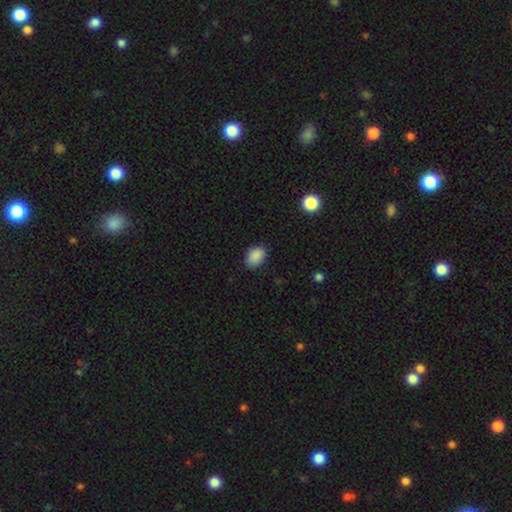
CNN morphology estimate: The model was most divided on "how rounded": in between: 80%, round: 19%, cigar-shaped: 1%. More confident: smooth or featured — smooth (89%); merging — none (86%).